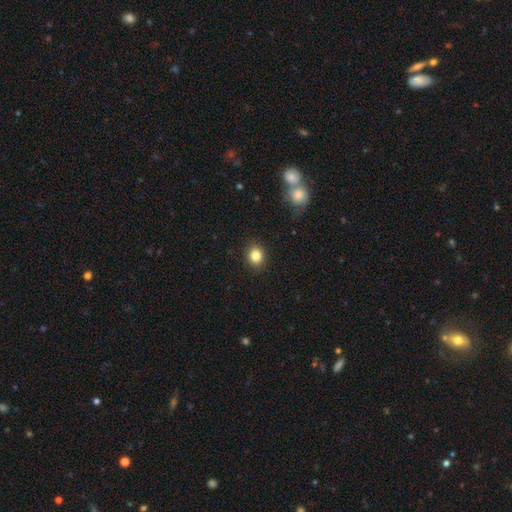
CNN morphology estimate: Overall: smooth (83%). How rounded: round (68%; in between 31%). Merging: none (90%).